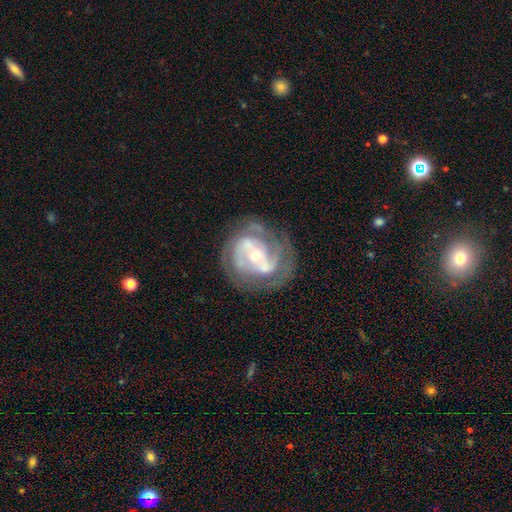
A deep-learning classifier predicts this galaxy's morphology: Q: Smooth or featured?
A: featured or disk (83%); runner-up: smooth (11%)
Q: Edge-on disk?
A: no (97%); runner-up: yes (3%)
Q: Bar?
A: no (44%); runner-up: weak (31%)
Q: Spiral arms?
A: yes (84%); runner-up: no (16%)
Q: Spiral winding?
A: tight (55%); runner-up: medium (34%)
Q: Spiral arm count?
A: 2 (38%); runner-up: can't tell (28%)
Q: Bulge size?
A: moderate (52%); runner-up: small (43%)
Q: Merging?
A: none (66%); runner-up: minor disturbance (17%)